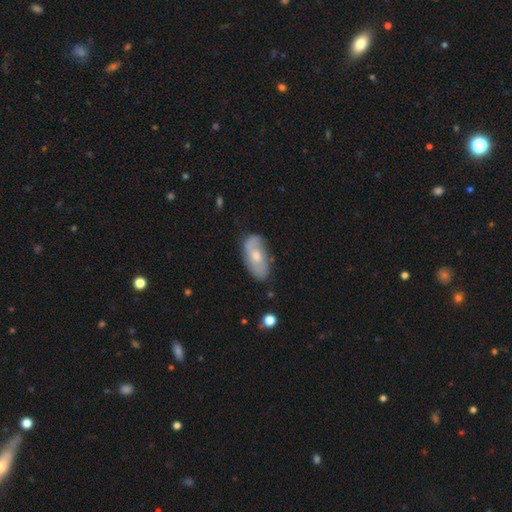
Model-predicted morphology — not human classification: Smooth or featured: featured or disk — 51% (smooth — 42%)
Edge-on disk: no — 91% (yes — 9%)
Merging: none — 68% (minor disturbance — 24%)